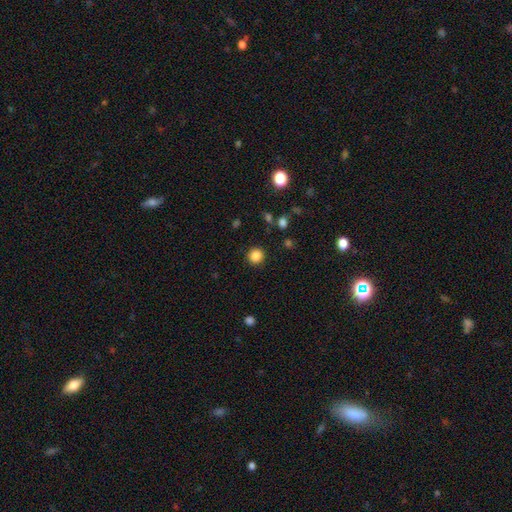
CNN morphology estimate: This appears to be a smooth galaxy with no disk features (85%) that is round (92%). Merging: none (91%).